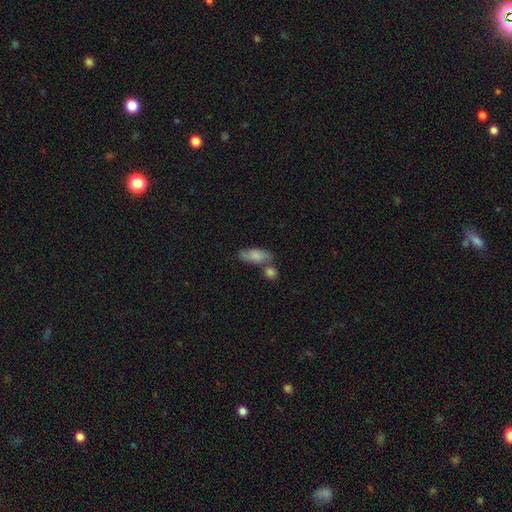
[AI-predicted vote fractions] This appears to be a smooth galaxy with no disk features (71%) that is in between round and cigar-shaped (78%). Merging: none (47%).